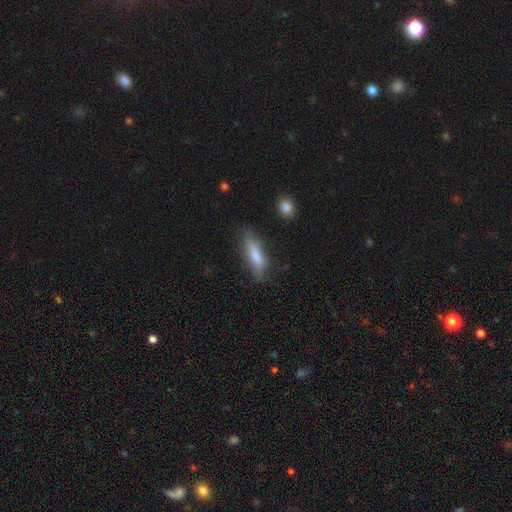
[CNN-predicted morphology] The model was most divided on "how rounded": cigar-shaped: 66%, in between: 32%, round: 2%. More confident: merging — none (68%); smooth or featured — smooth (65%).